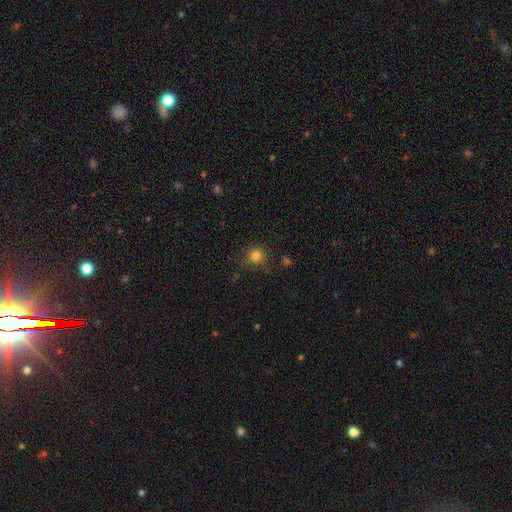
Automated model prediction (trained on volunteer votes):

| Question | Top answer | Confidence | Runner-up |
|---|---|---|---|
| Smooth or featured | smooth | 80% | star or artifact (15%) |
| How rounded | round | 85% | in between (14%) |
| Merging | none | 77% | minor disturbance (15%) |